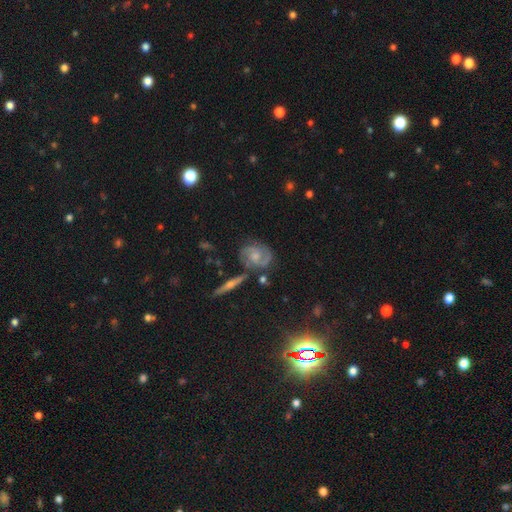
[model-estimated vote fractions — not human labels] featured or disk 76%, smooth 17%, star or artifact 7%. Down the decision tree: edge-on disk — no (92%); bar — no (59%); spiral arms — yes (93%); spiral arm count — 2 (82%); spiral winding — medium (48%); bulge size — moderate (45%); merging — none (68%).